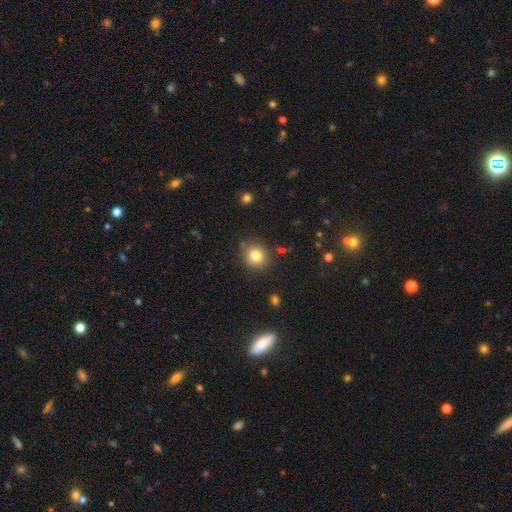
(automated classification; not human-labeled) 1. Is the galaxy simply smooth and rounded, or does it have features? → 81% smooth, 12% star or artifact, 8% featured or disk.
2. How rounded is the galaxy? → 87% round, 12% in between, 1% cigar-shaped.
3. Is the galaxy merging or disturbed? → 84% none, 10% minor disturbance, 4% merger, 3% major disturbance.